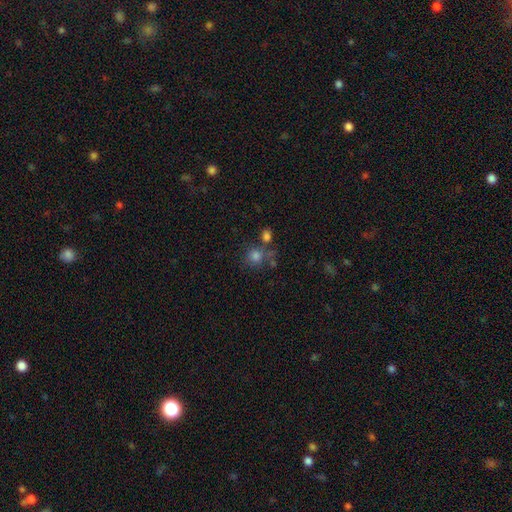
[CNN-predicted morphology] Smooth or featured? Predicted: smooth (p=0.77). How rounded? Predicted: round (p=0.84). Merging? Predicted: none (p=0.60).